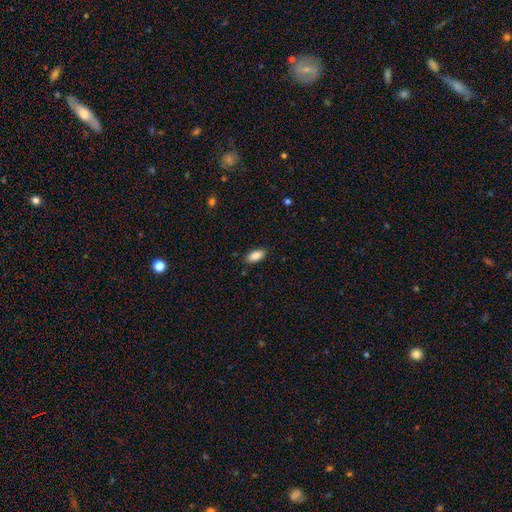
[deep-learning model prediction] A smooth galaxy with no disk features (88%) that is in between round and cigar-shaped (91%).

Vote fractions:
- Smooth or featured? smooth: 88% / star or artifact: 7% / featured or disk: 5%
- How rounded? in between: 91% / cigar-shaped: 6% / round: 2%
- Merging? none: 87% / minor disturbance: 10% / major disturbance: 2% / merger: 1%